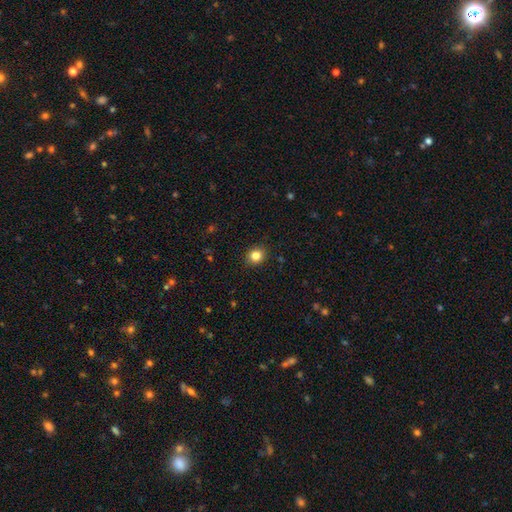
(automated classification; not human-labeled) Morphology: type=smooth (84%); roundness=round (75%); merging=none (90%).